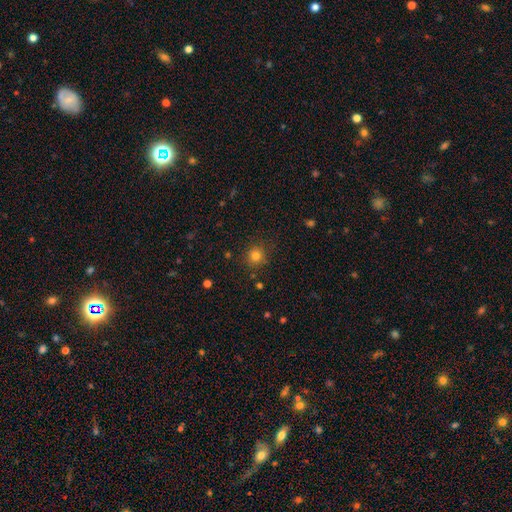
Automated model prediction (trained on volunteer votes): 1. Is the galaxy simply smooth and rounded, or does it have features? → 79% smooth, 15% star or artifact, 6% featured or disk.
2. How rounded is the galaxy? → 92% round, 7% in between, 1% cigar-shaped.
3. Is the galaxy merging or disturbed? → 87% none, 8% minor disturbance, 3% major disturbance, 2% merger.